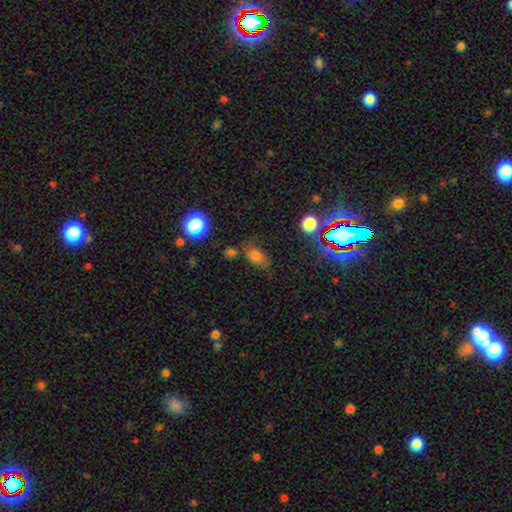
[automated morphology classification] type=smooth (70%); roundness=in between (81%); merging=none (58%).